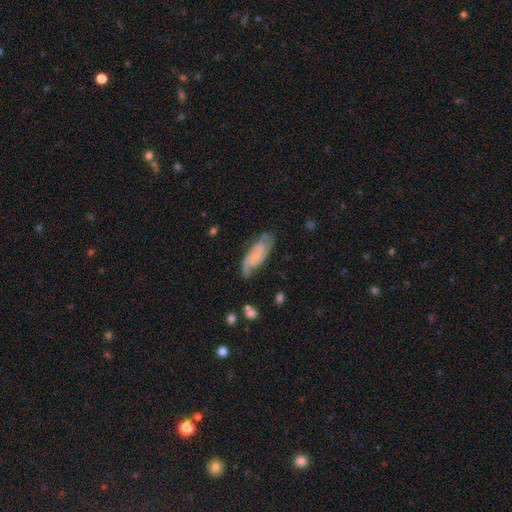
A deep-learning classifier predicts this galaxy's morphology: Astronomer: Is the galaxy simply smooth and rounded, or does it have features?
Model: featured or disk — 66%.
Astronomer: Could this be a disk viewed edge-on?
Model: no — 91%.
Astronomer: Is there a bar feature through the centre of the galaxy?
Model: no — 57% (runner-up: weak, 34%).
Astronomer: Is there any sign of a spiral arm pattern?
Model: yes — 91%.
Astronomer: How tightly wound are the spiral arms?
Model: medium — 44% (runner-up: tight, 30%).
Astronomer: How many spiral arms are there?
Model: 2 — 70%.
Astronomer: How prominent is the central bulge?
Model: small — 56%.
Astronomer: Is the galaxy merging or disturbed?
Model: none — 64%.